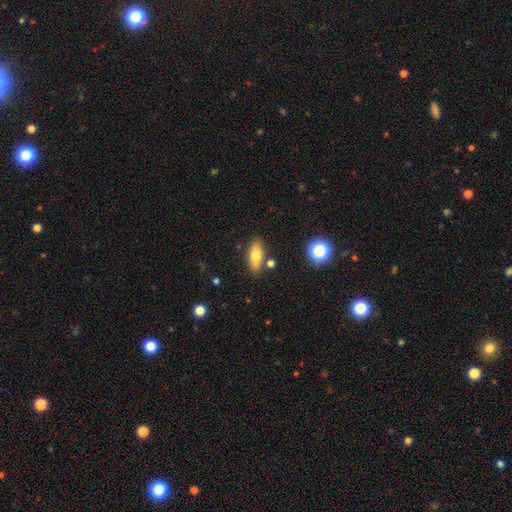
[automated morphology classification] This is likely a smooth galaxy (76%). How rounded: likely in between (76%). Merging: clearly none (81%).